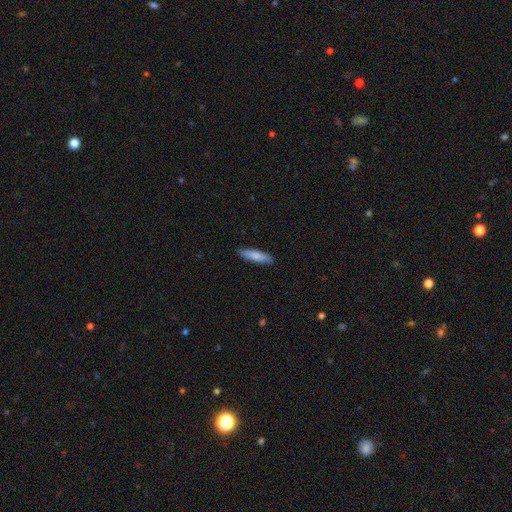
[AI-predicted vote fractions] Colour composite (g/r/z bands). It shows a smooth galaxy with no disk features (82%) that is cigar-shaped (70%). Merging: none (88%).